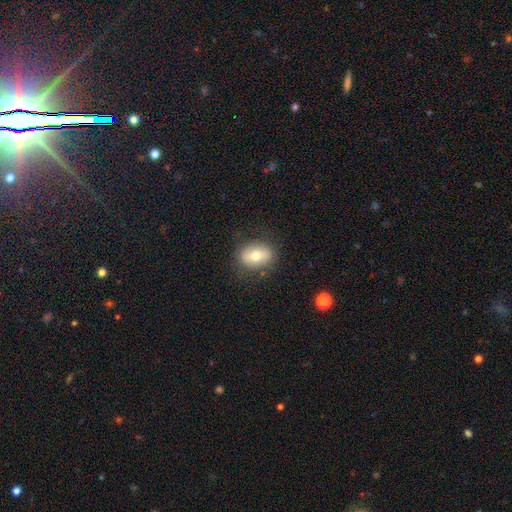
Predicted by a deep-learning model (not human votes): This is likely a smooth galaxy (61%). How rounded: likely in between (70%). Merging: clearly none (81%).